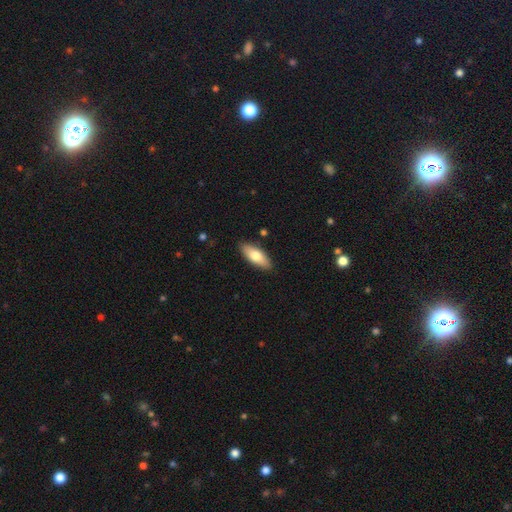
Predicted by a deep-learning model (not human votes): A smooth galaxy with no disk features (74%) that is in between round and cigar-shaped (77%). Merging: none (88%).